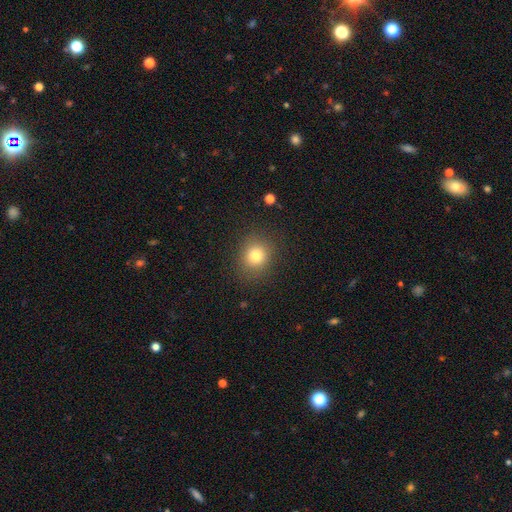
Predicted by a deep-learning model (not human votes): smooth_or_featured: smooth (p=0.78) [alt: star or artifact p=0.13]
how_rounded: round (p=0.75) [alt: in between p=0.24]
merging: none (p=0.86) [alt: minor disturbance p=0.09]